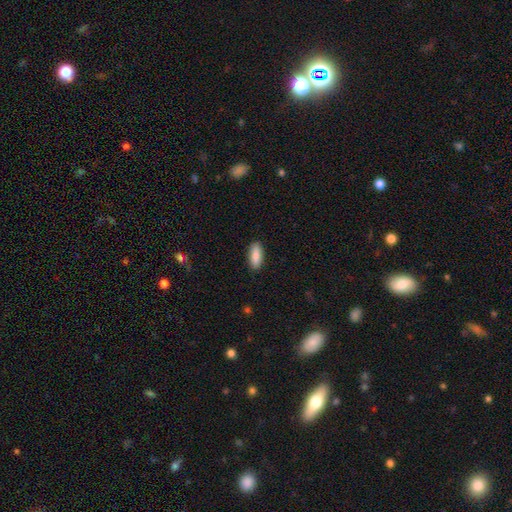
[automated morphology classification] smooth 88%, star or artifact 6%, featured or disk 5%. Down the decision tree: how rounded — in between (73%); merging — none (88%).